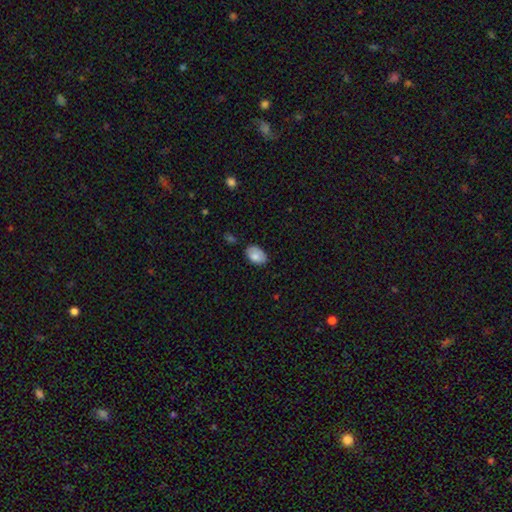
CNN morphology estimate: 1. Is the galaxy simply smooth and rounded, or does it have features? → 80% smooth, 13% featured or disk, 7% star or artifact.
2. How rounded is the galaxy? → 90% in between, 9% round, 1% cigar-shaped.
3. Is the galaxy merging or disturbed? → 72% none, 22% minor disturbance, 3% major disturbance, 2% merger.